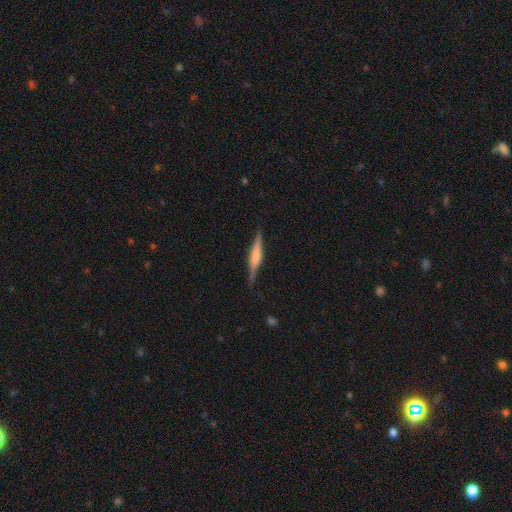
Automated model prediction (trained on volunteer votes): Q: Smooth or featured?
A: featured or disk (63%); runner-up: smooth (30%)
Q: Edge-on disk?
A: yes (97%); runner-up: no (3%)
Q: Edge-on bulge?
A: rounded (52%); runner-up: boxy (34%)
Q: Merging?
A: none (85%); runner-up: minor disturbance (11%)